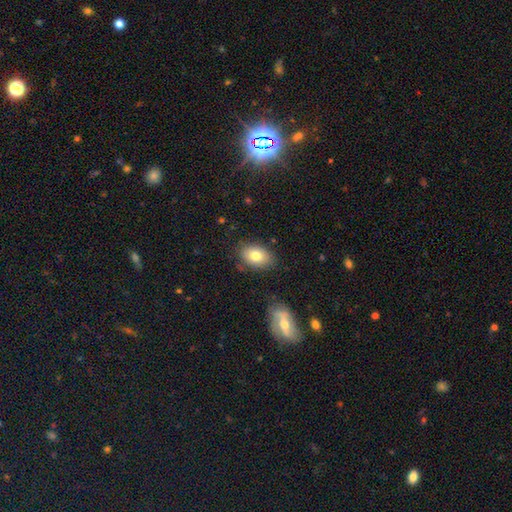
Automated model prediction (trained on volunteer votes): smooth 78%, featured or disk 14%, star or artifact 8%. Down the decision tree: how rounded — in between (84%); merging — none (81%).